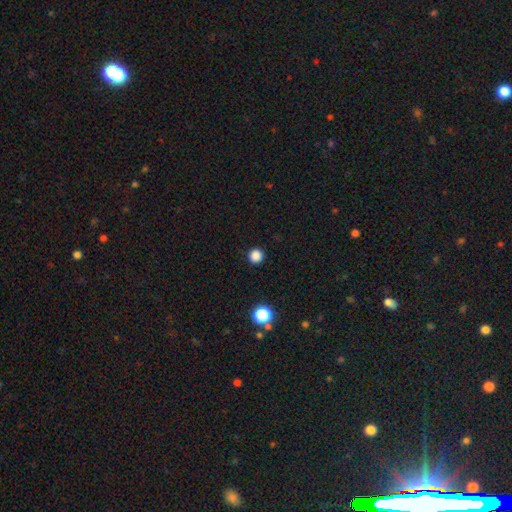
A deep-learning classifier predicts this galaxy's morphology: Smooth or featured?
  - smooth: 85% *
  - star or artifact: 13%
  - featured or disk: 3%
How rounded?
  - round: 95% *
  - in between: 4%
  - cigar-shaped: 1%
Merging?
  - none: 92% *
  - minor disturbance: 5%
  - major disturbance: 2%
  - merger: 1%